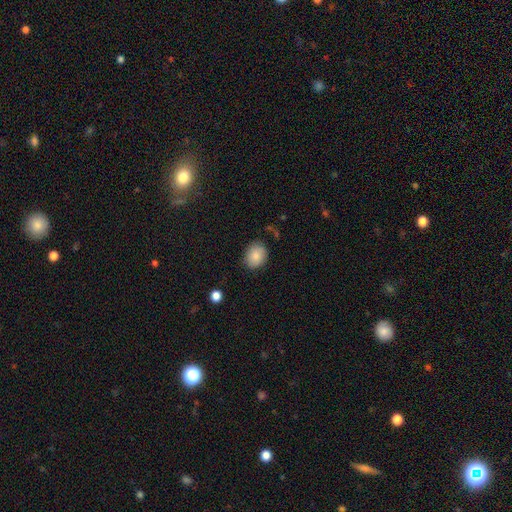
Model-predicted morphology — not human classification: Smooth or featured? Predicted: smooth (p=0.85). How rounded? Predicted: in between (p=0.52). Merging? Predicted: none (p=0.82).